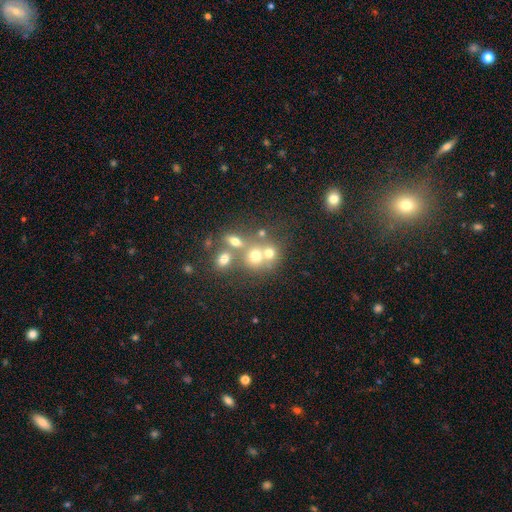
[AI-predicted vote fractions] Smooth or featured? smooth (59%)
How rounded? round (76%)
Merging? merger (46%)